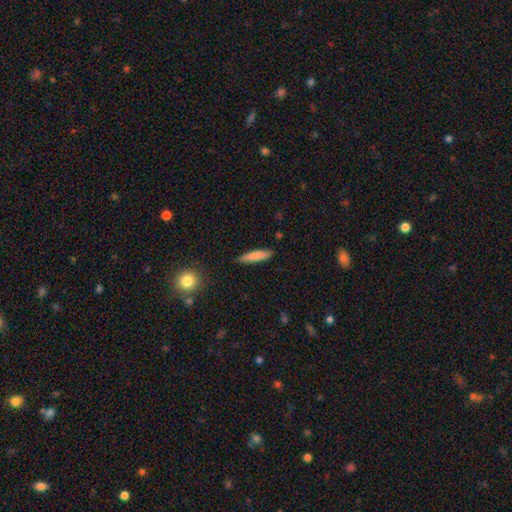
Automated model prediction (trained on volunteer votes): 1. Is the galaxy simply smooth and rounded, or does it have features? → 82% smooth, 12% featured or disk, 6% star or artifact.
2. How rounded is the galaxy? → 84% cigar-shaped, 14% in between, 1% round.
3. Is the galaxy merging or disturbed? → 87% none, 10% minor disturbance, 2% major disturbance, 1% merger.